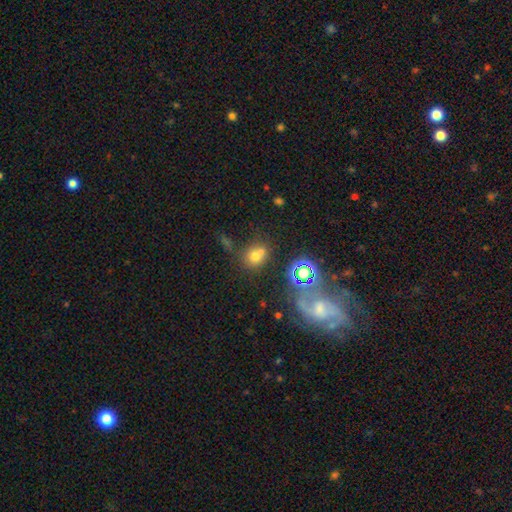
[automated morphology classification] type=smooth (65%); roundness=round (68%); merging=none (49%).